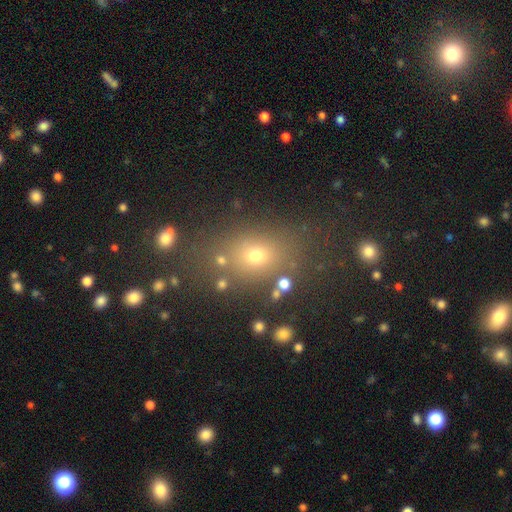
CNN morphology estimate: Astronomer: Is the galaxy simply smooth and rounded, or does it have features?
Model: smooth — 59%.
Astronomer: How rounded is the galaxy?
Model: in between — 53% (runner-up: round, 44%).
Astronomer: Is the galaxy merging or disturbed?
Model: none — 77%.